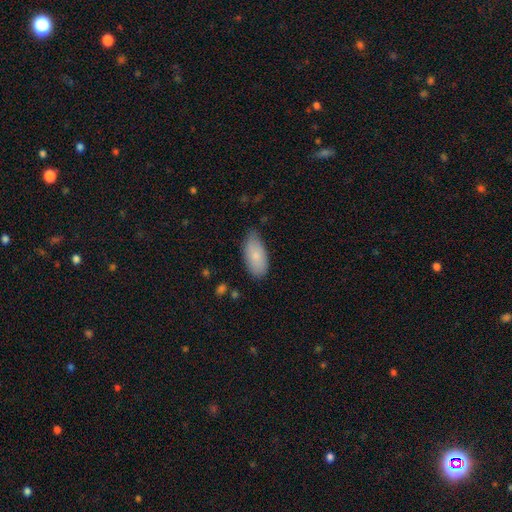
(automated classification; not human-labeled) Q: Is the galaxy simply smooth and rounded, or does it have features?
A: smooth — 82%.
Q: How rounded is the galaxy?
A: in between — 93%.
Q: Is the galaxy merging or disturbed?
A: none — 67%.